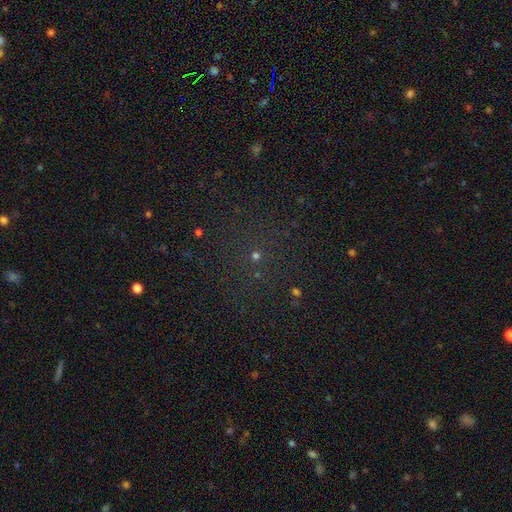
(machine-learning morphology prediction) smooth_or_featured: star or artifact (p=0.49) [alt: smooth p=0.42]